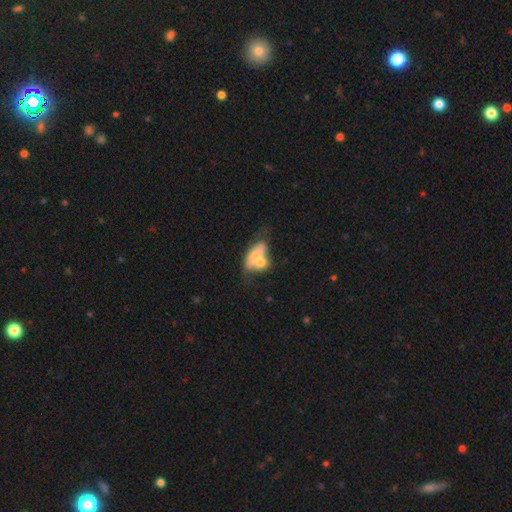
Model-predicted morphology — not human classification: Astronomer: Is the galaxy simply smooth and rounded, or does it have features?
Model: smooth — 59%.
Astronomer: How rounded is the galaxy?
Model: in between — 84%.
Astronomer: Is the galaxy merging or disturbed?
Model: merger — 59%.